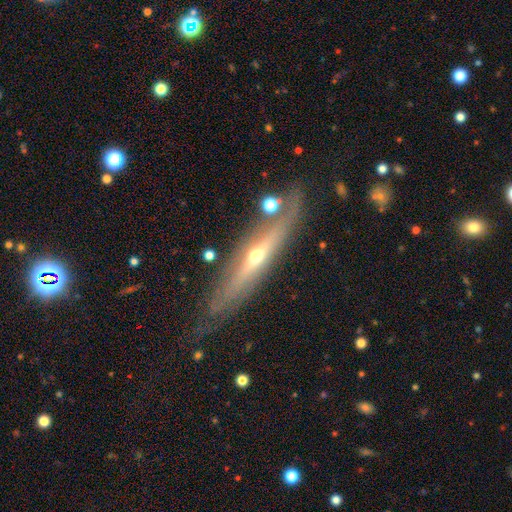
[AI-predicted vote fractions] featured or disk 73%, smooth 20%, star or artifact 7%. Down the decision tree: edge-on disk — yes (81%); edge-on bulge — rounded (83%); merging — none (75%).